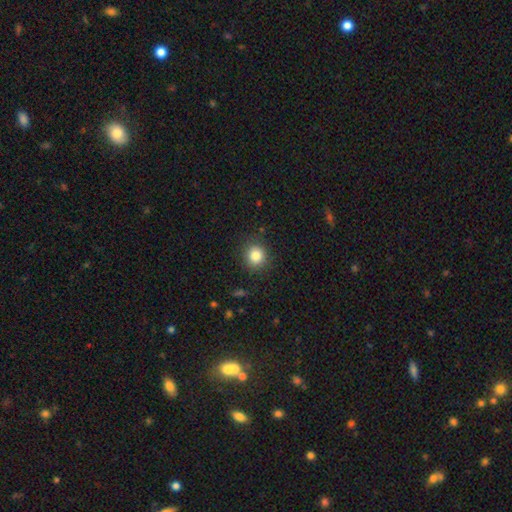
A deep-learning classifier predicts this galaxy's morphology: Smooth or featured? Predicted: smooth (p=0.83). How rounded? Predicted: round (p=0.90). Merging? Predicted: none (p=0.89).